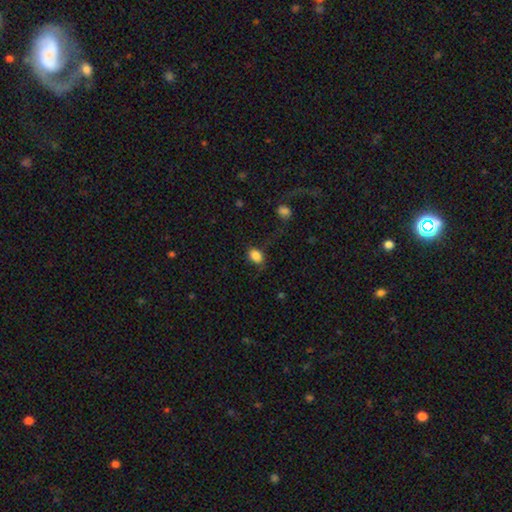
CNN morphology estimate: A smooth galaxy with no disk features (85%) that is in between round and cigar-shaped (72%).

Vote fractions:
- Smooth or featured? smooth: 85% / star or artifact: 9% / featured or disk: 5%
- How rounded? in between: 72% / round: 26% / cigar-shaped: 1%
- Merging? none: 69% / minor disturbance: 20% / major disturbance: 9% / merger: 2%